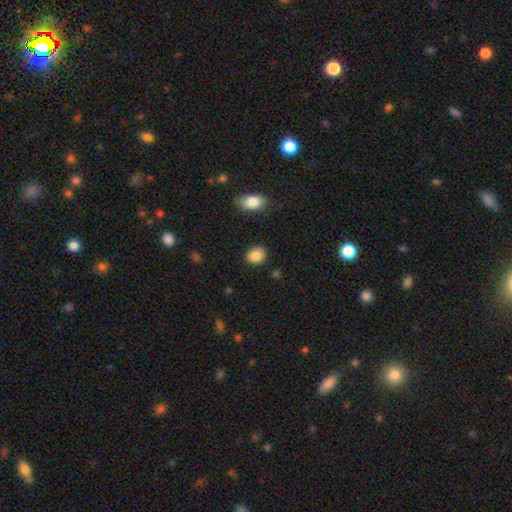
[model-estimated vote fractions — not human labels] Morphology: type=smooth (86%); roundness=round (58%); merging=none (87%).